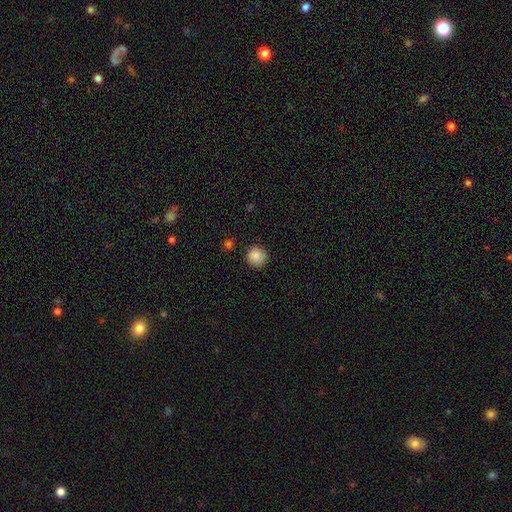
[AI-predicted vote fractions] Morphology: type=smooth (88%); roundness=round (94%); merging=none (89%).